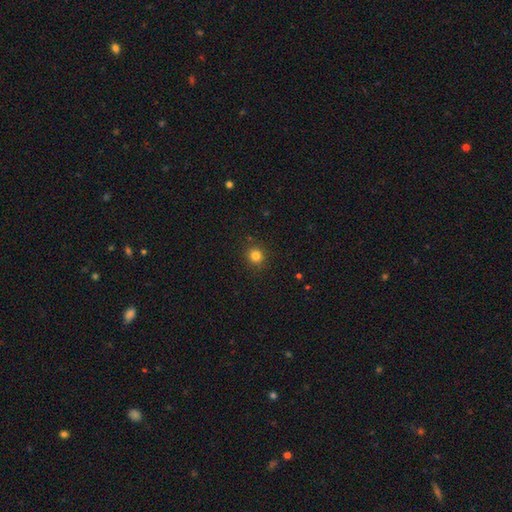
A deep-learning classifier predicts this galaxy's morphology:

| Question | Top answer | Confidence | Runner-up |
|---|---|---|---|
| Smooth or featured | smooth | 82% | star or artifact (13%) |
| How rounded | round | 90% | in between (9%) |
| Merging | none | 90% | minor disturbance (7%) |